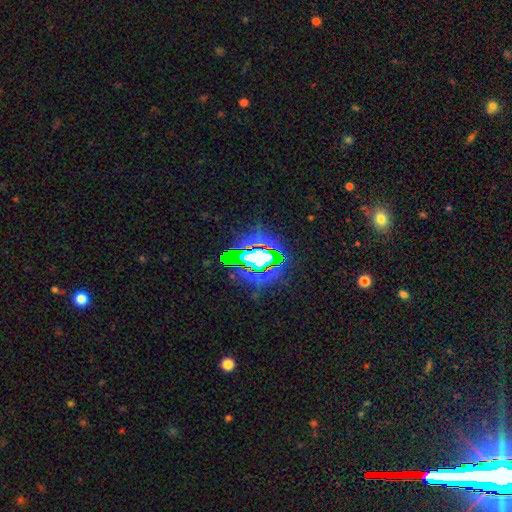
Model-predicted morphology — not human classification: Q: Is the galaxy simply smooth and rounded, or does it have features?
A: star or artifact — 67%.